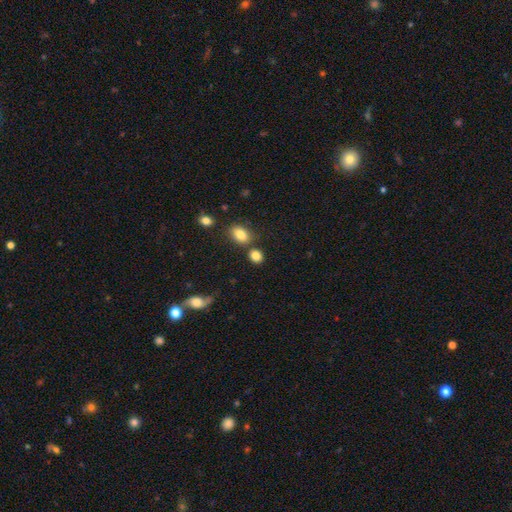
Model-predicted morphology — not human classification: smooth 84%, star or artifact 10%, featured or disk 6%. Down the decision tree: how rounded — round (59%); merging — none (69%).